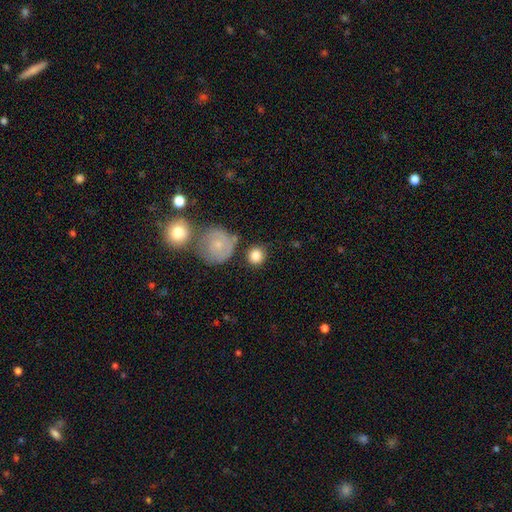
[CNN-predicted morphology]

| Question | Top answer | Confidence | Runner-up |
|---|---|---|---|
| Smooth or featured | smooth | 82% | featured or disk (11%) |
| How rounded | round | 90% | in between (9%) |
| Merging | none | 75% | minor disturbance (11%) |